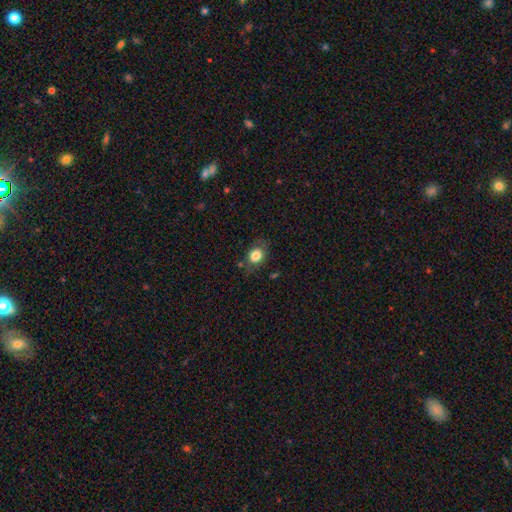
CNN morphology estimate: Q: Smooth or featured?
A: smooth (79%); runner-up: featured or disk (12%)
Q: How rounded?
A: in between (57%); runner-up: round (42%)
Q: Merging?
A: none (72%); runner-up: minor disturbance (19%)